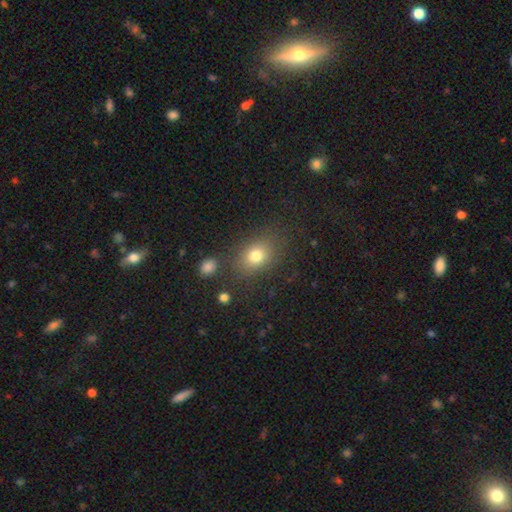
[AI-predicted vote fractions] A smooth galaxy with no disk features (76%) that is in between round and cigar-shaped (62%). Merging: none (78%).